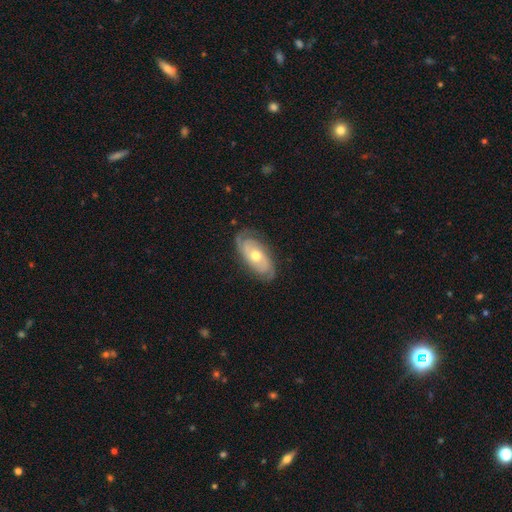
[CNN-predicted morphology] This is likely a featured or disk galaxy (77%). It is clearly not viewed edge-on (92%). Bar: likely no (76%). Spiral arm pattern: clearly yes (90%). Spiral arm count: likely 2 (62%). Spiral winding: possibly tight (56%). Central bulge: likely moderate (71%). Merging: likely none (78%).